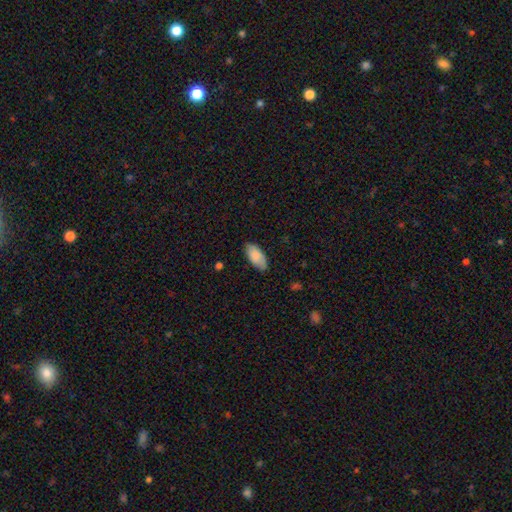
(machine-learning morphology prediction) A smooth galaxy with no disk features (83%) that is in between round and cigar-shaped (93%).

Vote fractions:
- Smooth or featured? smooth: 83% / featured or disk: 11% / star or artifact: 6%
- How rounded? in between: 93% / cigar-shaped: 5% / round: 2%
- Merging? none: 80% / minor disturbance: 16% / major disturbance: 3% / merger: 1%